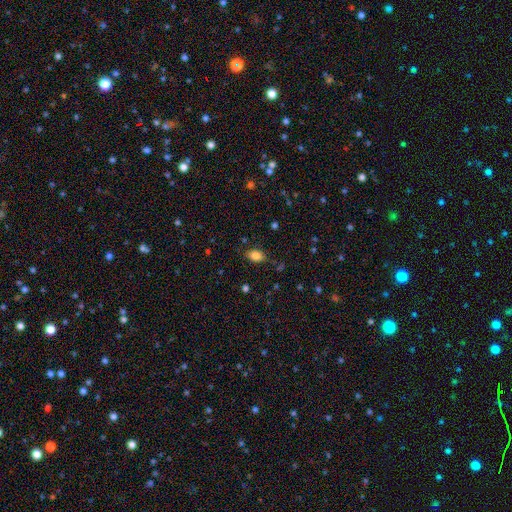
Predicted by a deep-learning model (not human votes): smooth 84%, star or artifact 10%, featured or disk 6%. Down the decision tree: how rounded — in between (85%); merging — none (82%).